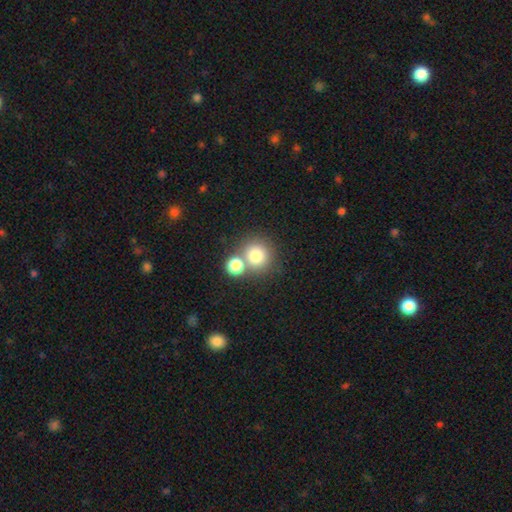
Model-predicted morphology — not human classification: This is likely a smooth galaxy (76%). How rounded: clearly round (91%). Merging: likely none (62%).